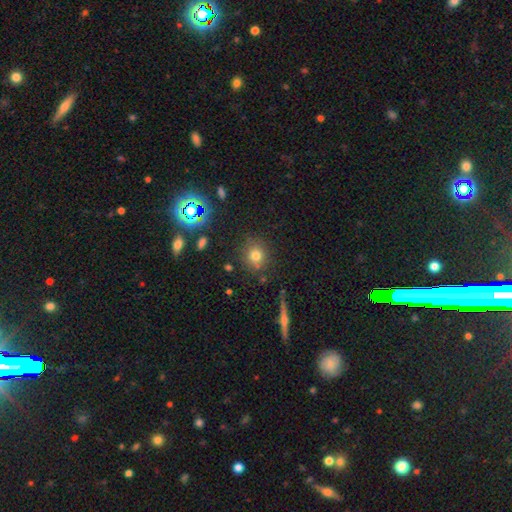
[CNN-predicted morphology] A smooth galaxy with no disk features (72%) that is round (87%). Merging: none (82%).